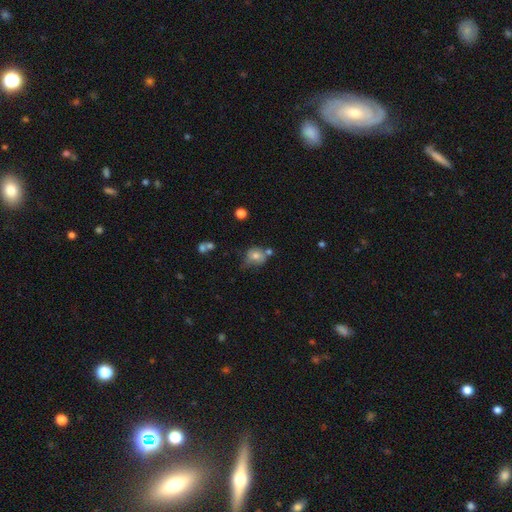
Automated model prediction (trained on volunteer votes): This is likely a smooth galaxy (67%). How rounded: likely round (64%). Merging: marginally none (41%).